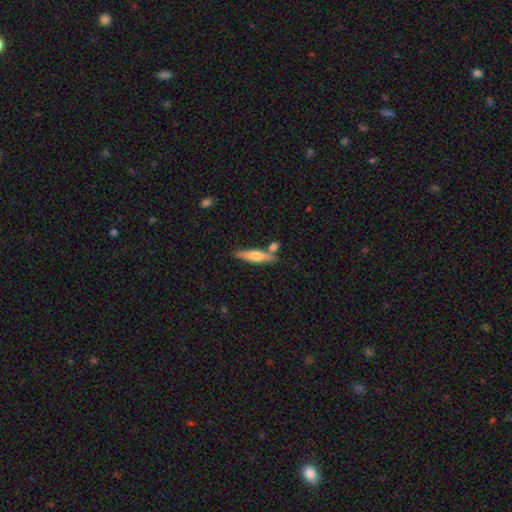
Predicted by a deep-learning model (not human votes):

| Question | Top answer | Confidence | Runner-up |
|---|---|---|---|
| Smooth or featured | featured or disk | 48% | smooth (47%) |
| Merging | none | 72% | merger (14%) |